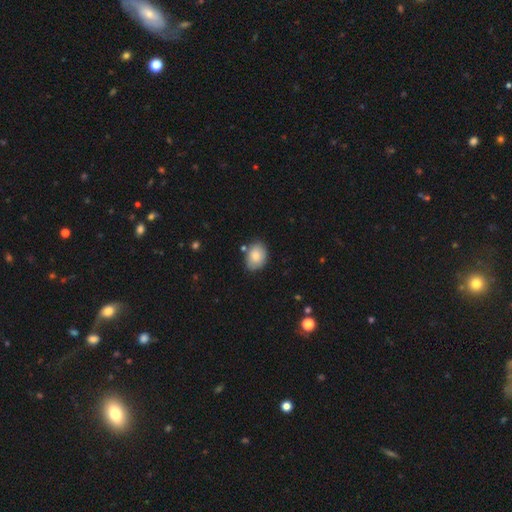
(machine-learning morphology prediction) Smooth or featured?
  - smooth: 82% *
  - featured or disk: 11%
  - star or artifact: 7%
How rounded?
  - in between: 71% *
  - round: 28%
  - cigar-shaped: 1%
Merging?
  - none: 73% *
  - minor disturbance: 18%
  - merger: 5%
  - major disturbance: 3%